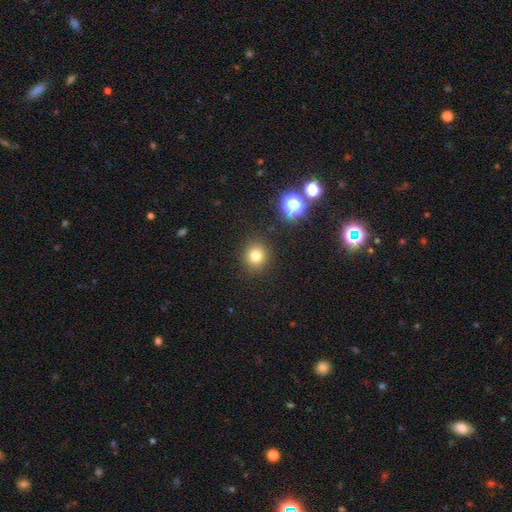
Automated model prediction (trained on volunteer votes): This appears to be a smooth galaxy with no disk features (78%) that is round (87%). Merging: none (89%).